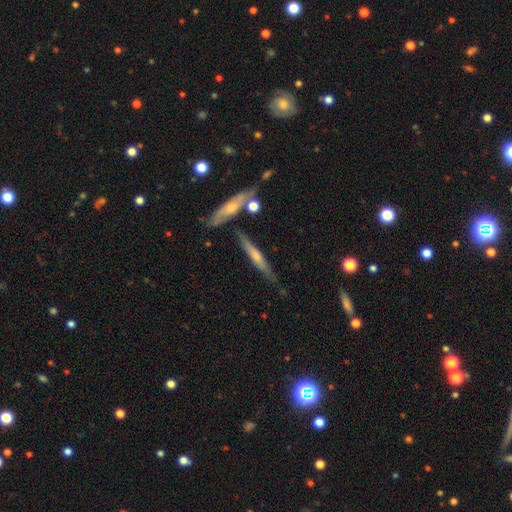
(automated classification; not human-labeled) smooth_or_featured: featured or disk (p=0.53) [alt: smooth p=0.41]
disk_edge_on: yes (p=0.93) [alt: no p=0.07]
merging: none (p=0.76) [alt: minor disturbance p=0.13]